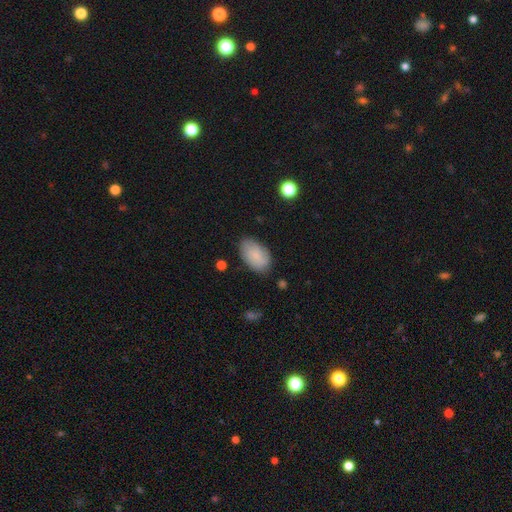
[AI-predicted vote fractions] smooth 76%, featured or disk 17%, star or artifact 7%. Down the decision tree: how rounded — in between (92%); merging — none (79%).